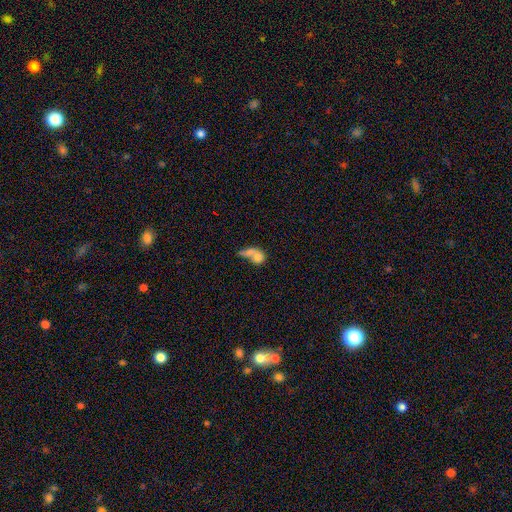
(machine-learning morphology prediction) Smooth or featured? smooth (66%)
How rounded? in between (63%)
Merging? merger (58%)